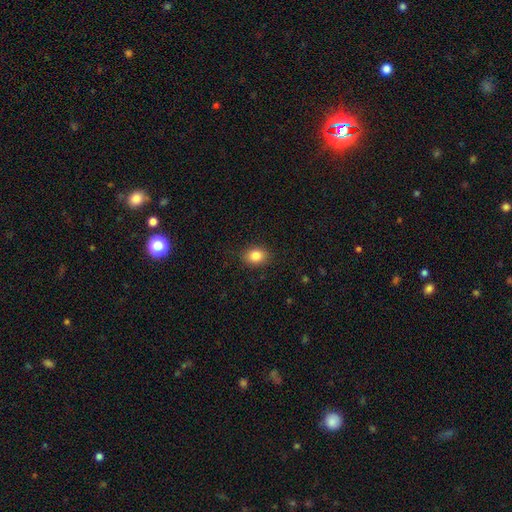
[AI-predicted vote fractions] smooth 85%, star or artifact 10%, featured or disk 6%. Down the decision tree: how rounded — in between (56%); merging — none (88%).